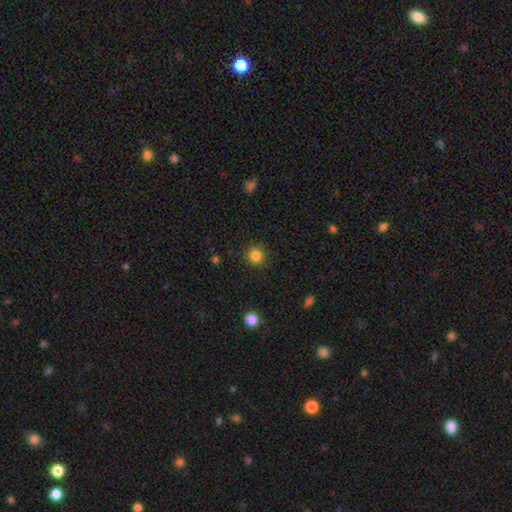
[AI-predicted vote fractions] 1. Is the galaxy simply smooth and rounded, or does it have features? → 84% smooth, 12% star or artifact, 4% featured or disk.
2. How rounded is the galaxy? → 92% round, 7% in between, 1% cigar-shaped.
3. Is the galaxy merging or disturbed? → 90% none, 7% minor disturbance, 2% major disturbance, 1% merger.